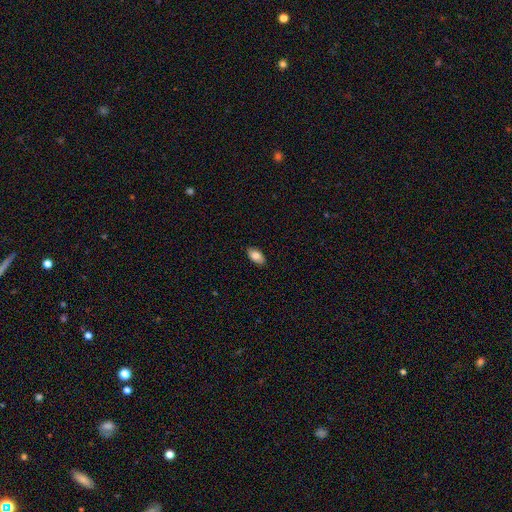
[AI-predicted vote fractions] The model was most divided on "smooth or featured": smooth: 83%, featured or disk: 10%, star or artifact: 7%. More confident: how rounded — in between (93%); merging — none (88%).